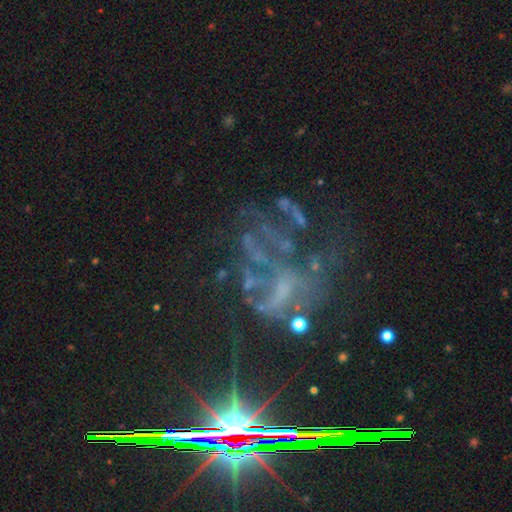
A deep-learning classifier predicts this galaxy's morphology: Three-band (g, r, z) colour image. It shows a featured or disk galaxy (51%). Merging: major disturbance (43%).